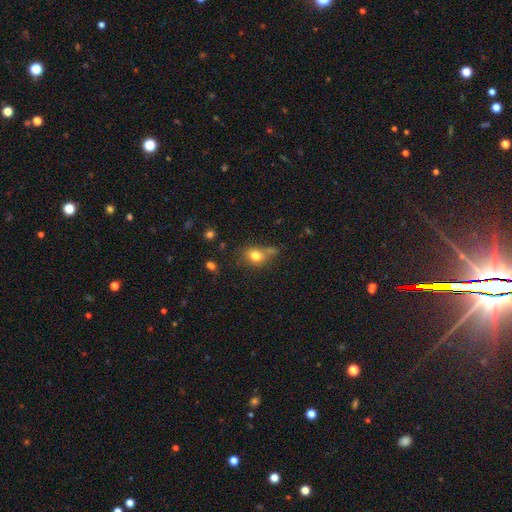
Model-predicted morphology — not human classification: Smooth or featured: smooth — 78% (star or artifact — 11%)
How rounded: in between — 54% (round — 44%)
Merging: none — 50% (minor disturbance — 22%)